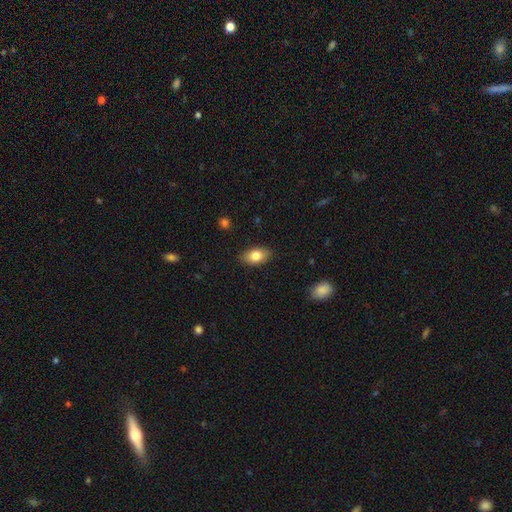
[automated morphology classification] smooth_or_featured: smooth (p=0.81) [alt: featured or disk p=0.12]
how_rounded: in between (p=0.89) [alt: round p=0.07]
merging: none (p=0.86) [alt: minor disturbance p=0.11]